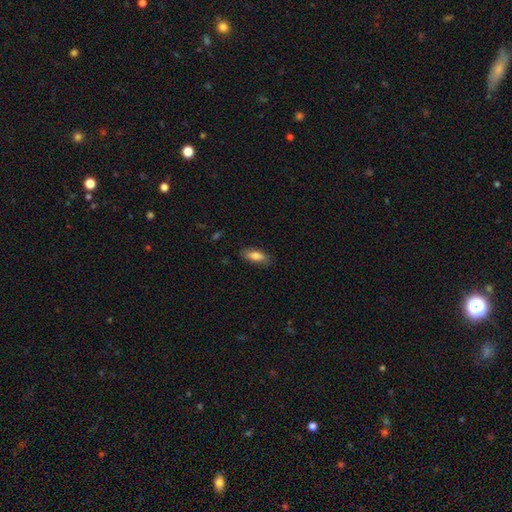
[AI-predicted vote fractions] A smooth galaxy with no disk features (81%) that is in between round and cigar-shaped (75%).

Vote fractions:
- Smooth or featured? smooth: 81% / featured or disk: 12% / star or artifact: 7%
- How rounded? in between: 75% / cigar-shaped: 23% / round: 2%
- Merging? none: 82% / minor disturbance: 14% / major disturbance: 3% / merger: 1%